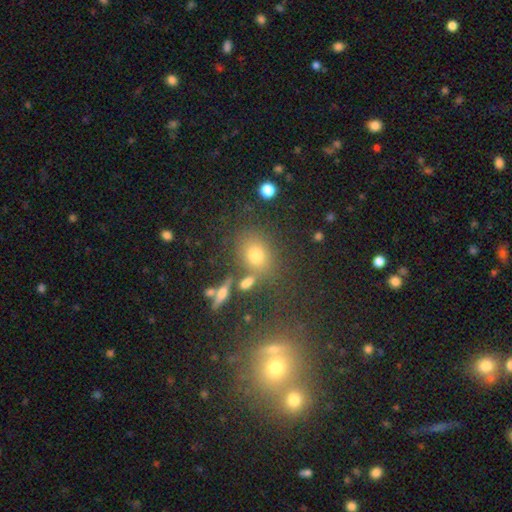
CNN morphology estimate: Overall: smooth (63%; star or artifact 27%). How rounded: in between (52%; round 46%). Merging: none (73%).